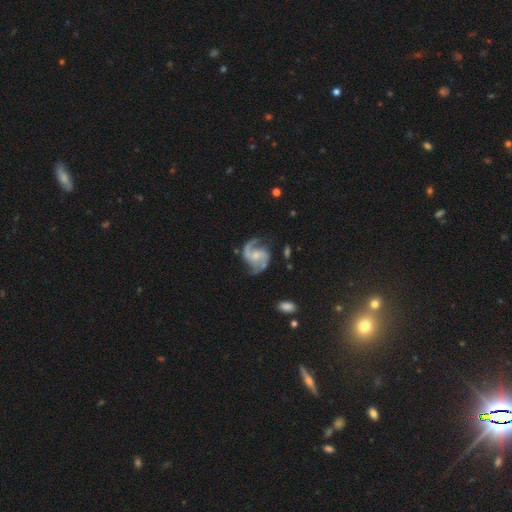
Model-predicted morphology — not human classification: featured or disk 91%, smooth 5%, star or artifact 5%. Down the decision tree: edge-on disk — no (98%); bar — no (55%); spiral arms — yes (98%); spiral arm count — 2 (89%); spiral winding — medium (55%); bulge size — small (50%); merging — none (70%).